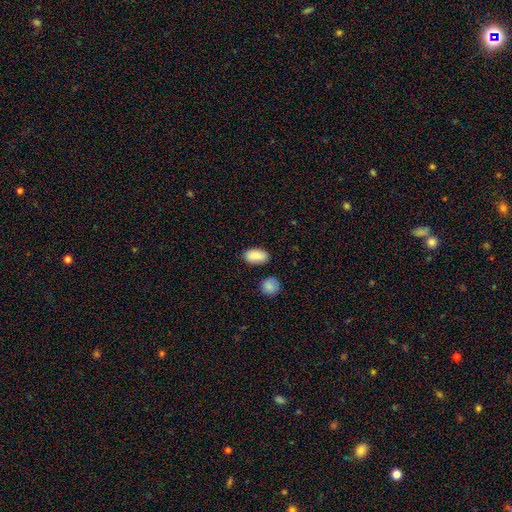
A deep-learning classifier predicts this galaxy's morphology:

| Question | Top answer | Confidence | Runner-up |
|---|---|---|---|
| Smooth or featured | smooth | 85% | featured or disk (8%) |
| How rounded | in between | 93% | round (5%) |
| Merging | none | 82% | minor disturbance (11%) |